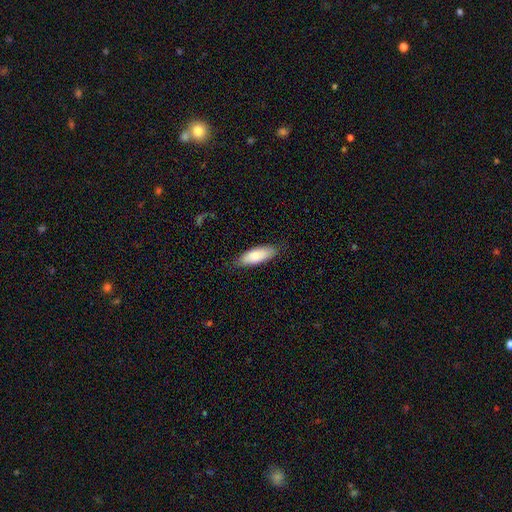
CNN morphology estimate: This appears to be a smooth galaxy with no disk features (83%) that is in between round and cigar-shaped (70%). Merging: none (82%).